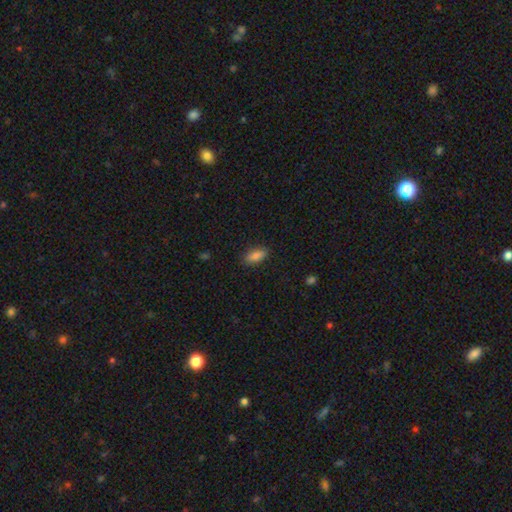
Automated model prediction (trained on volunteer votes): Overall: smooth (86%). How rounded: in between (86%). Merging: none (86%).